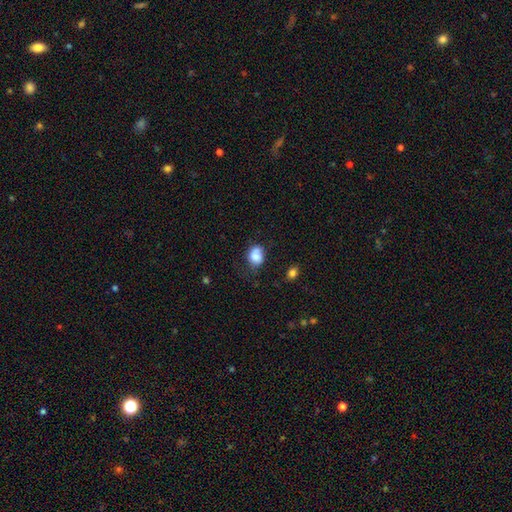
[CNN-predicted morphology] A smooth galaxy with no disk features (81%) that is in between round and cigar-shaped (61%).

Vote fractions:
- Smooth or featured? smooth: 81% / featured or disk: 10% / star or artifact: 9%
- How rounded? in between: 61% / round: 38% / cigar-shaped: 1%
- Merging? none: 47% / minor disturbance: 32% / major disturbance: 12% / merger: 9%